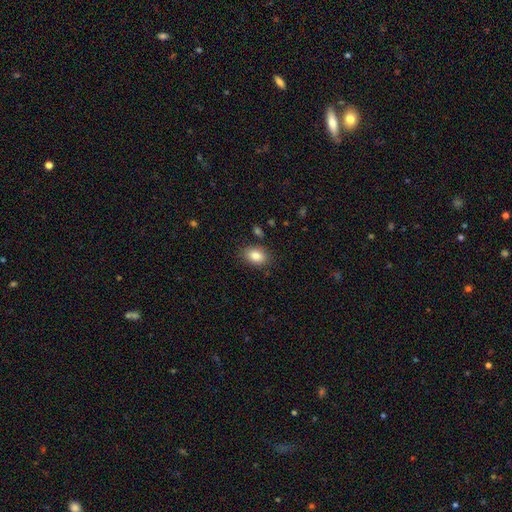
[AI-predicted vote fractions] A smooth galaxy with no disk features (85%) that is in between round and cigar-shaped (79%). Merging: none (84%).